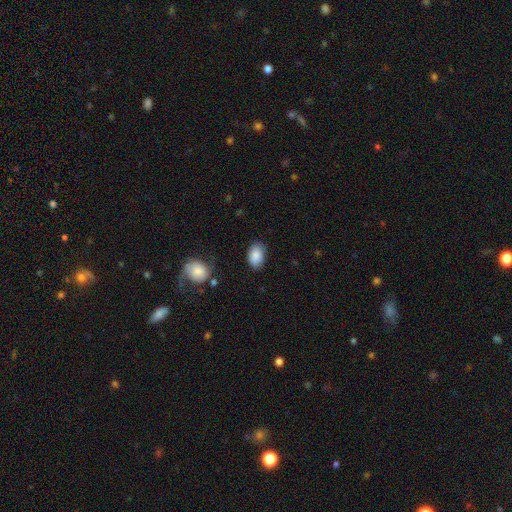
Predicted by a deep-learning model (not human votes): A smooth galaxy with no disk features (87%) that is in between round and cigar-shaped (90%).

Vote fractions:
- Smooth or featured? smooth: 87% / star or artifact: 7% / featured or disk: 6%
- How rounded? in between: 90% / round: 9% / cigar-shaped: 1%
- Merging? none: 82% / minor disturbance: 14% / major disturbance: 3% / merger: 2%